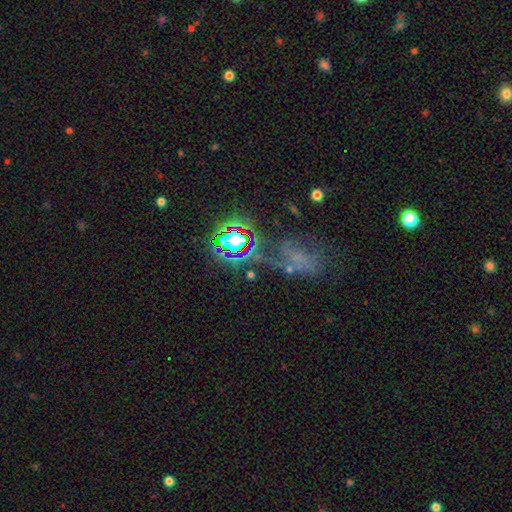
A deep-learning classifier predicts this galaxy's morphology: This appears to be a star or artifact, not a galaxy (58%).